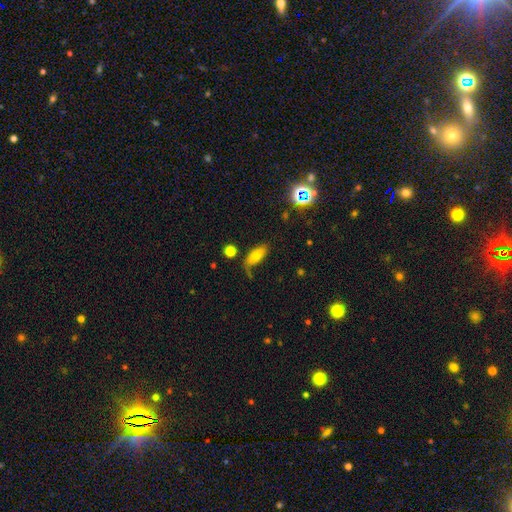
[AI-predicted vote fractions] smooth-or-featured: smooth: 70% | featured or disk: 18% | star or artifact: 11%
  how-rounded: in between: 80% | cigar-shaped: 16% | round: 4%
  merging: none: 53% | minor disturbance: 26% | major disturbance: 14% | merger: 7%